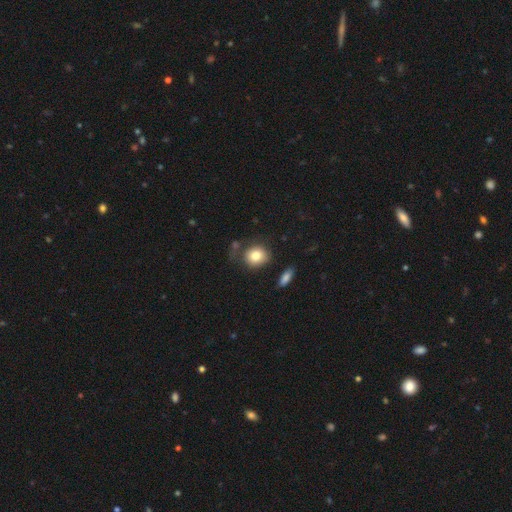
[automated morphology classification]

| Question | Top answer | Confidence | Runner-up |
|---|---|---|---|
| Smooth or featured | smooth | 82% | featured or disk (10%) |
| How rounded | round | 72% | in between (27%) |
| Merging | none | 67% | minor disturbance (18%) |